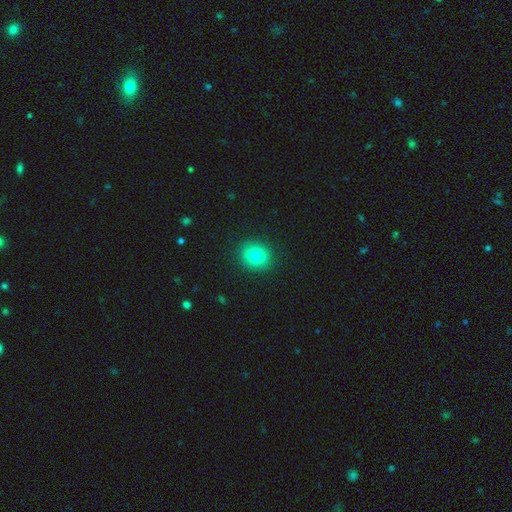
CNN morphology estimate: smooth_or_featured: smooth (p=0.80) [alt: star or artifact p=0.11]
how_rounded: round (p=0.79) [alt: in between p=0.20]
merging: none (p=0.90) [alt: minor disturbance p=0.07]